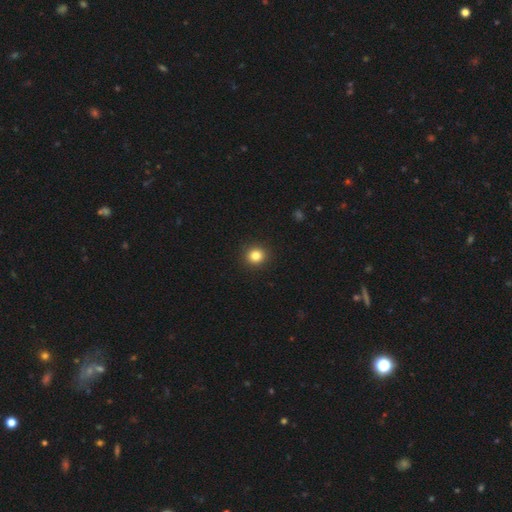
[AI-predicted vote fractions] This is clearly a smooth galaxy (83%). How rounded: clearly round (90%). Merging: clearly none (92%).